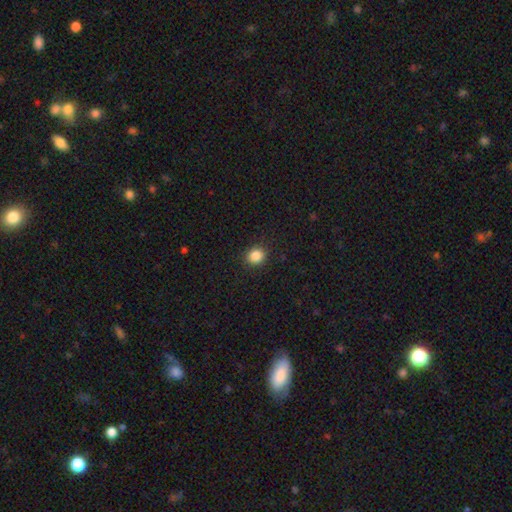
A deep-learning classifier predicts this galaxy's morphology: Q: Smooth or featured?
A: smooth (86%); runner-up: star or artifact (10%)
Q: How rounded?
A: round (78%); runner-up: in between (21%)
Q: Merging?
A: none (89%); runner-up: minor disturbance (7%)